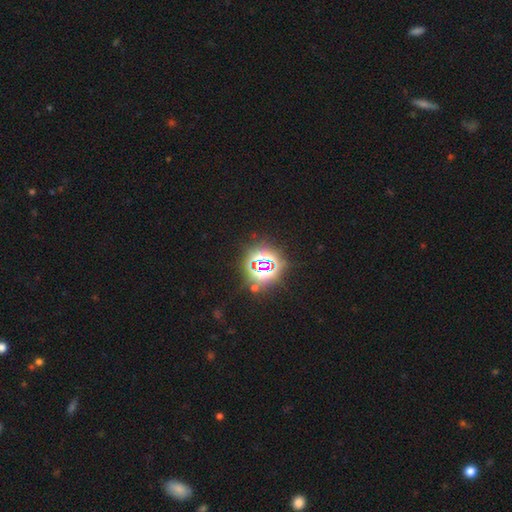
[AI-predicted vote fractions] Smooth or featured? Predicted: star or artifact (p=0.79).